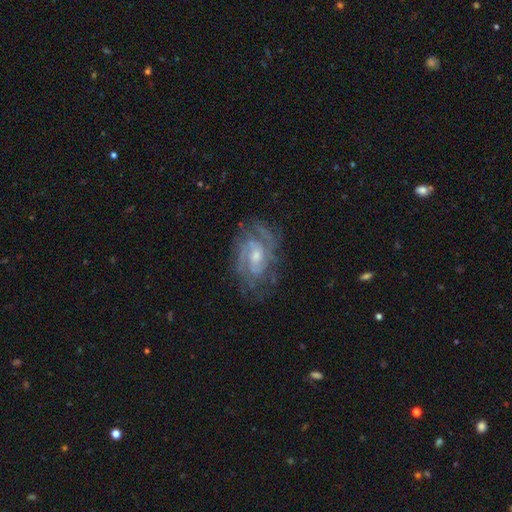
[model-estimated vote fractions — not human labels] This is clearly a featured or disk galaxy (86%). It is clearly not viewed edge-on (96%). Bar: possibly no (46%). Spiral arm pattern: clearly yes (94%). Spiral arm count: marginally 2 (36%). Spiral winding: possibly tight (53%). Central bulge: possibly moderate (47%). Merging: likely none (71%).